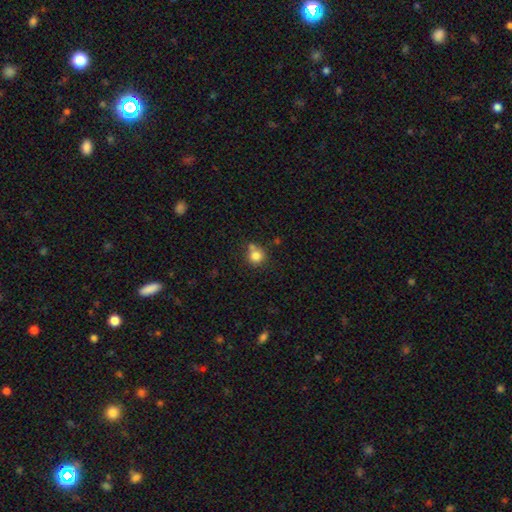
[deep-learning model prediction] Smooth or featured: smooth — 82% (star or artifact — 11%)
How rounded: round — 89% (in between — 10%)
Merging: none — 61% (merger — 21%)